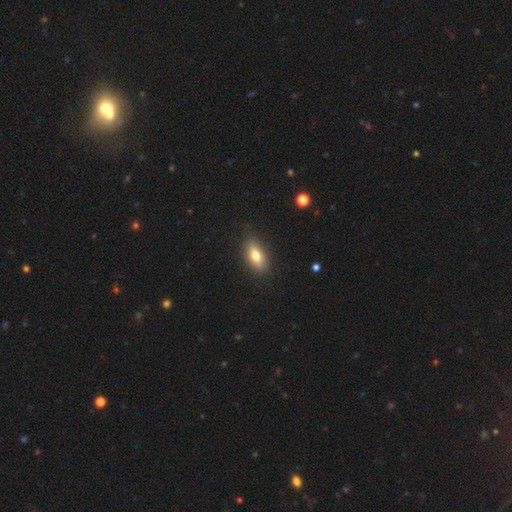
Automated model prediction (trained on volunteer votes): Morphology: type=smooth (75%); roundness=in between (82%); merging=none (86%).